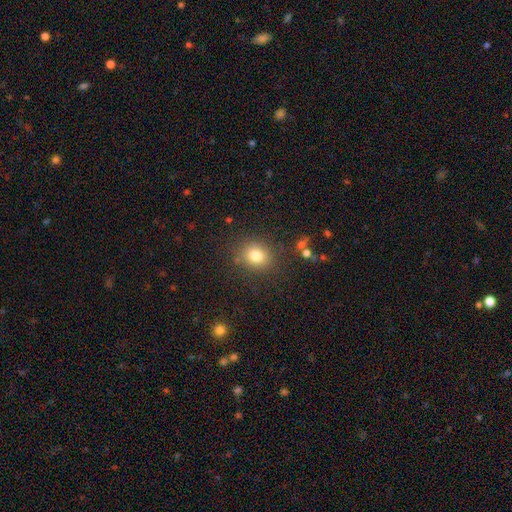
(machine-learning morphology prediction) Overall: smooth (79%). How rounded: round (72%). Merging: none (81%).